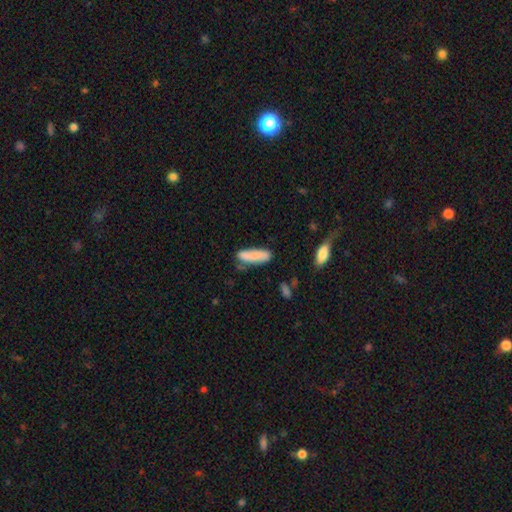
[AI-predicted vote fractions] smooth_or_featured: smooth (p=0.82) [alt: featured or disk p=0.12]
how_rounded: cigar-shaped (p=0.62) [alt: in between p=0.36]
merging: none (p=0.64) [alt: minor disturbance p=0.24]